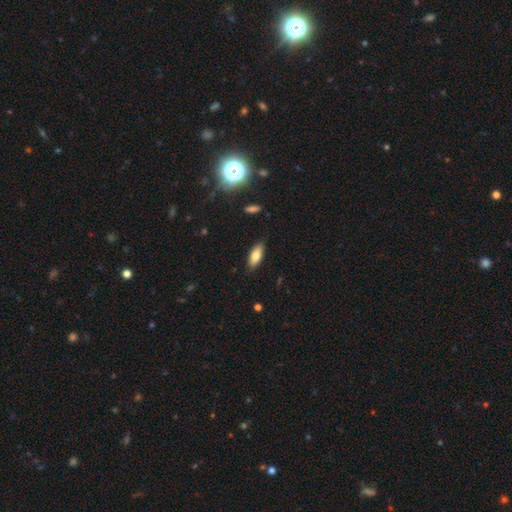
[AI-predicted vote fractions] Smooth or featured? smooth (79%)
How rounded? in between (75%)
Merging? none (84%)